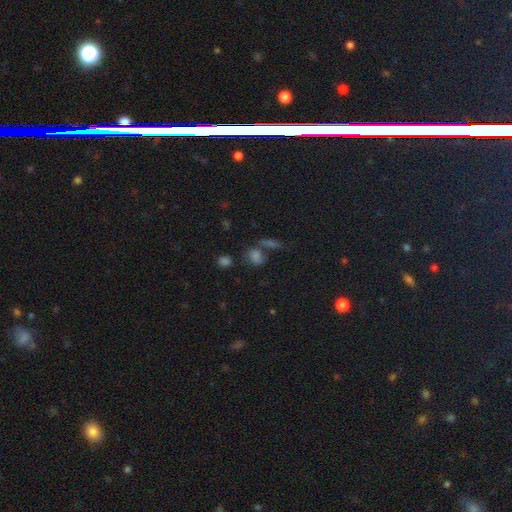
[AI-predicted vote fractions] A smooth galaxy with no disk features (62%) that is in between round and cigar-shaped (61%).

Vote fractions:
- Smooth or featured? smooth: 62% / star or artifact: 27% / featured or disk: 11%
- How rounded? in between: 61% / round: 34% / cigar-shaped: 5%
- Merging? none: 53% / merger: 27% / minor disturbance: 12% / major disturbance: 8%